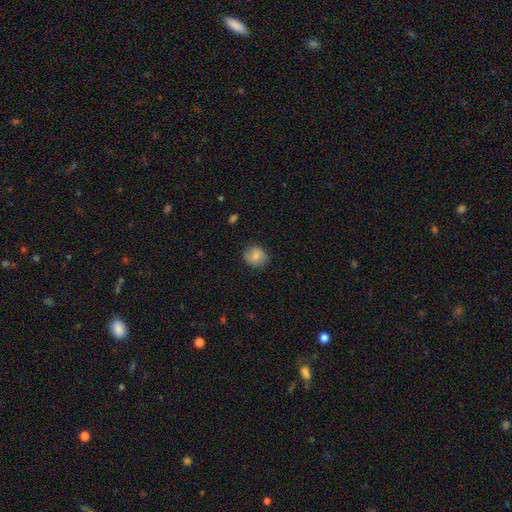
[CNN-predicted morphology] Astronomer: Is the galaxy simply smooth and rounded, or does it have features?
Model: smooth — 70%.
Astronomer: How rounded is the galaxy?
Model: round — 72%.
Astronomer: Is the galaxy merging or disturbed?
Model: none — 77%.